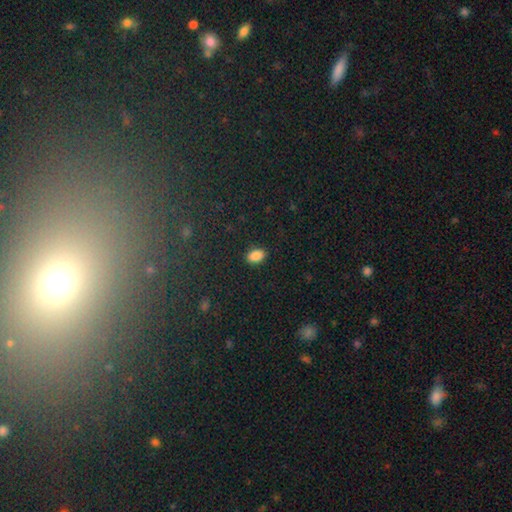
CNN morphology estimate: This is clearly a smooth galaxy (87%). How rounded: clearly in between (87%). Merging: clearly none (88%).